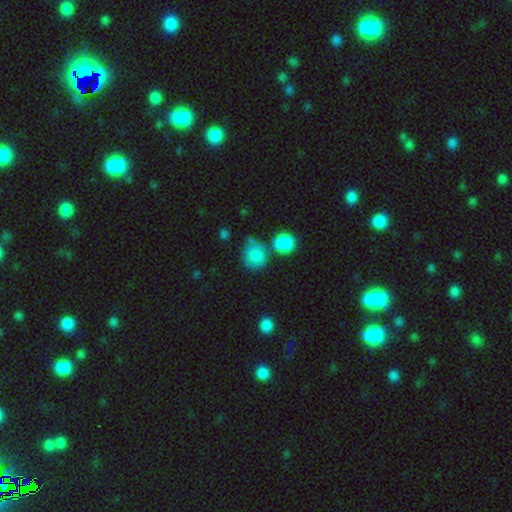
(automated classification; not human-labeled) Smooth or featured? smooth (83%)
How rounded? round (81%)
Merging? none (62%)